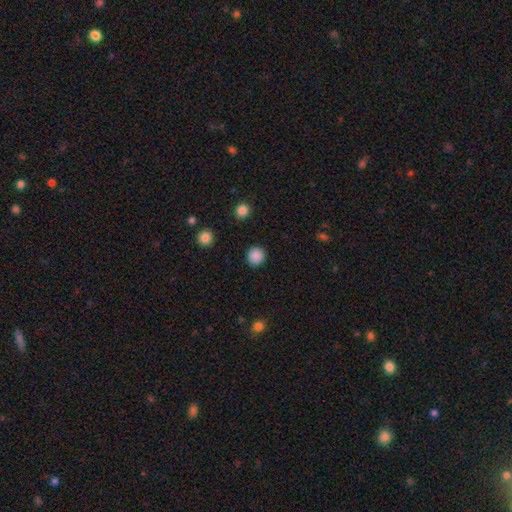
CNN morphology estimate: A smooth galaxy with no disk features (87%) that is round (92%).

Vote fractions:
- Smooth or featured? smooth: 87% / star or artifact: 10% / featured or disk: 3%
- How rounded? round: 92% / in between: 7% / cigar-shaped: 1%
- Merging? none: 91% / minor disturbance: 6% / major disturbance: 2% / merger: 1%